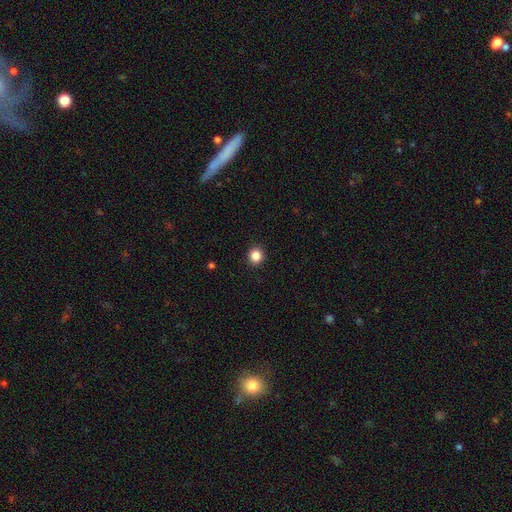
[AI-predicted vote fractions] Smooth or featured: smooth — 85% (star or artifact — 11%)
How rounded: round — 88% (in between — 11%)
Merging: none — 92% (minor disturbance — 5%)